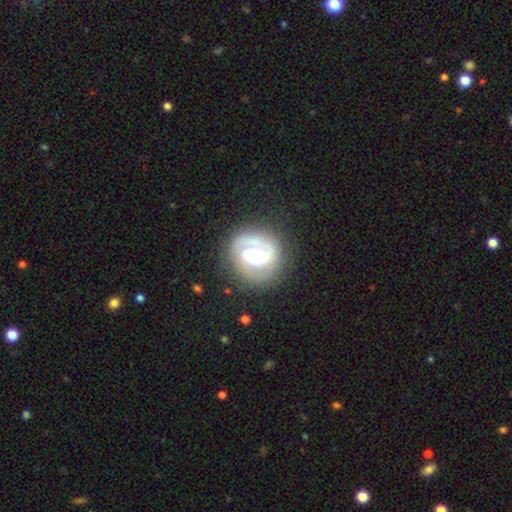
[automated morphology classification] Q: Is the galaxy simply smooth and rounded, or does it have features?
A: featured or disk — 85%.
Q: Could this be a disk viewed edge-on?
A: no — 98%.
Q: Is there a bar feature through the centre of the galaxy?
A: no — 45%.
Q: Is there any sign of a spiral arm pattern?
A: yes — 96%.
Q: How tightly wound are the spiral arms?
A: tight — 47%.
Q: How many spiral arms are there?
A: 2 — 68%.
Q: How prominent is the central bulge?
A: moderate — 63%.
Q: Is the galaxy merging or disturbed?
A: none — 78%.